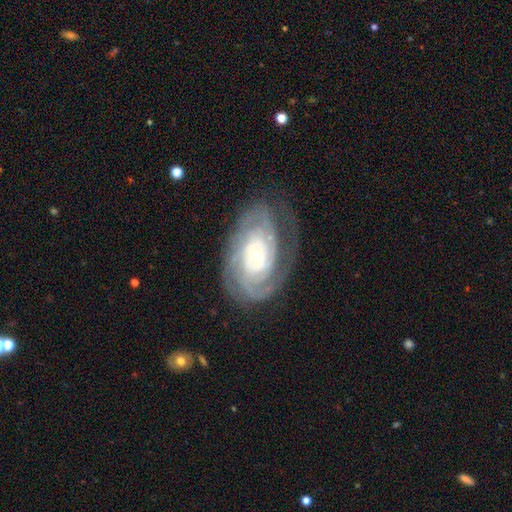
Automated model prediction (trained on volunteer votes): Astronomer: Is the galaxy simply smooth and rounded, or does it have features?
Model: featured or disk — 88%.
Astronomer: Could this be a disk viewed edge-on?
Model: no — 96%.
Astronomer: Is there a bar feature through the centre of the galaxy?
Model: no — 47% (runner-up: weak, 39%).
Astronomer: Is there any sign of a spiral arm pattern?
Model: yes — 96%.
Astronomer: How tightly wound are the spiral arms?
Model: tight — 76%.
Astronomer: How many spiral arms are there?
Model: can't tell — 34% (runner-up: 2, 23%).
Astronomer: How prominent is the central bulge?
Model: small — 54% (runner-up: moderate, 42%).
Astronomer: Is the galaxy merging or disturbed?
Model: none — 69%.